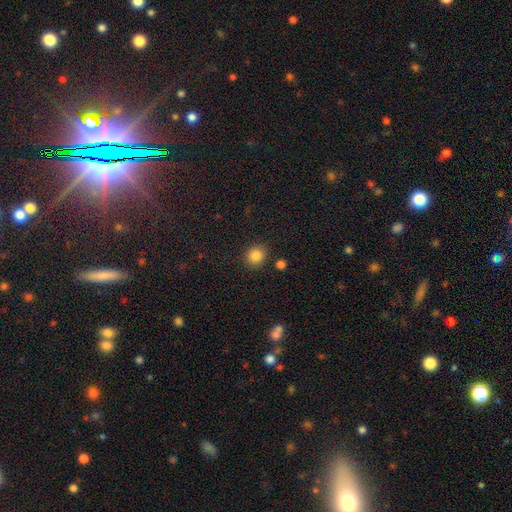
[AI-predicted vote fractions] This appears to be a smooth galaxy with no disk features (86%) that is round (83%). Merging: none (86%).